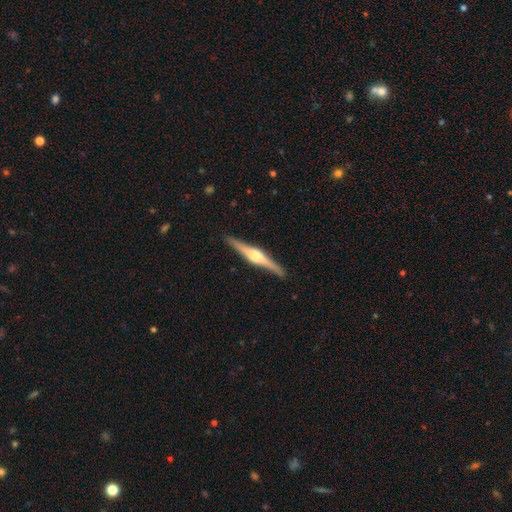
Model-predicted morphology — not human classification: This appears to be a featured or disk galaxy (80%) viewed edge-on (98%) with a rounded central bulge (87%). Merging: none (91%).